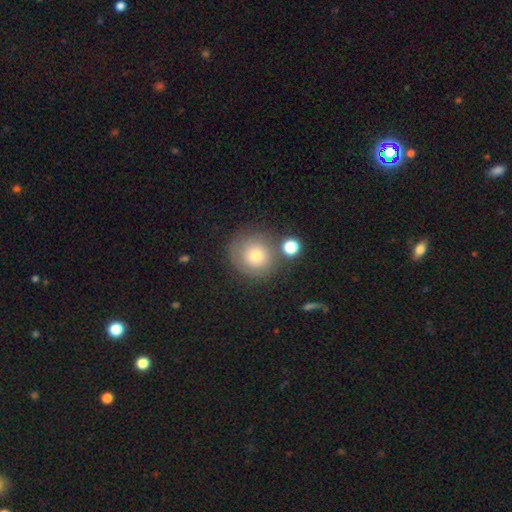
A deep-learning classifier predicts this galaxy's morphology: A smooth galaxy with no disk features (65%) that is round (91%).

Vote fractions:
- Smooth or featured? smooth: 65% / featured or disk: 24% / star or artifact: 11%
- How rounded? round: 91% / in between: 8% / cigar-shaped: 1%
- Merging? none: 69% / minor disturbance: 15% / merger: 10% / major disturbance: 6%